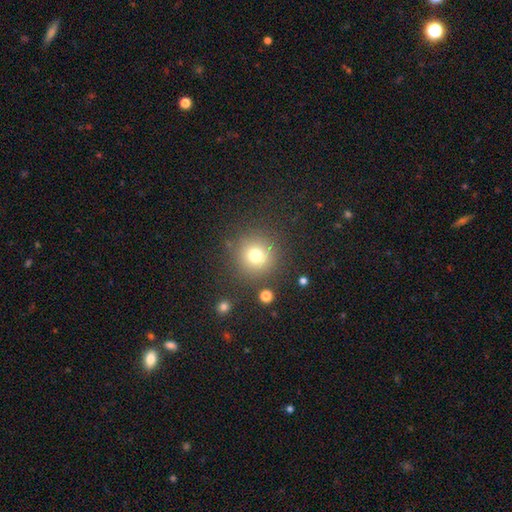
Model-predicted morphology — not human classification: A smooth galaxy with no disk features (75%) that is round (93%).

Vote fractions:
- Smooth or featured? smooth: 75% / star or artifact: 15% / featured or disk: 10%
- How rounded? round: 93% / in between: 6% / cigar-shaped: 1%
- Merging? none: 84% / minor disturbance: 8% / major disturbance: 4% / merger: 3%